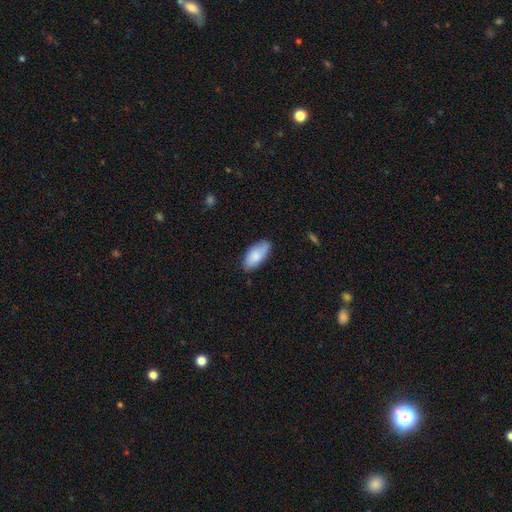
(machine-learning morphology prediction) Q: Smooth or featured?
A: smooth (83%); runner-up: featured or disk (11%)
Q: How rounded?
A: in between (90%); runner-up: cigar-shaped (8%)
Q: Merging?
A: none (77%); runner-up: minor disturbance (19%)